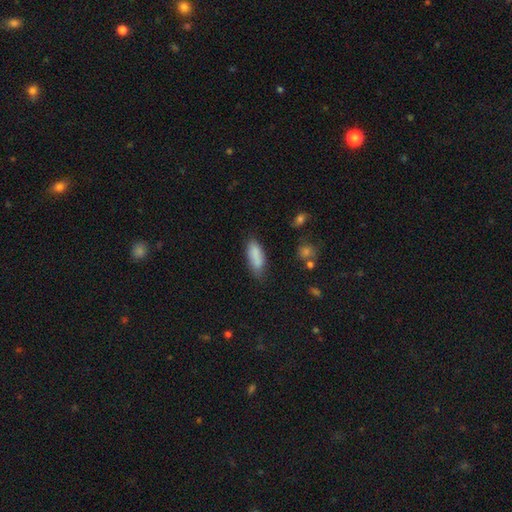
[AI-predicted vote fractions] Morphology: type=smooth (85%); roundness=in between (71%); merging=none (67%).